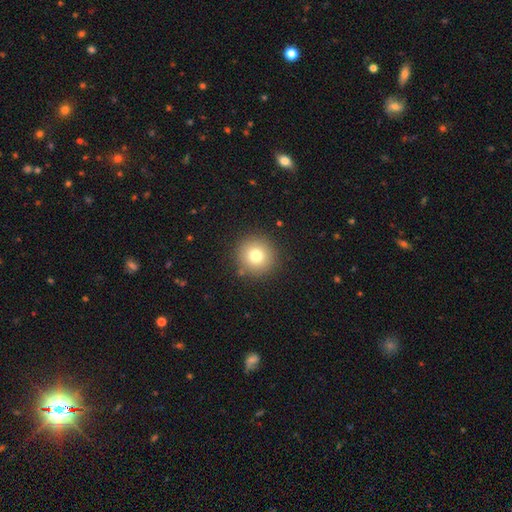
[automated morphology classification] Smooth or featured? smooth (77%)
How rounded? round (95%)
Merging? none (89%)